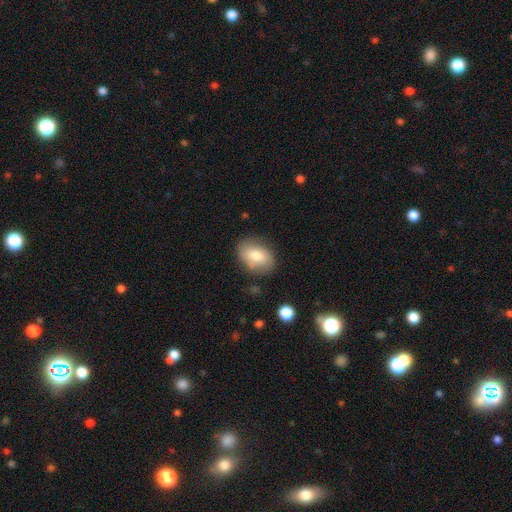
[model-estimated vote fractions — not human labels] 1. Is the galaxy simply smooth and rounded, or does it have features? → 75% smooth, 18% featured or disk, 7% star or artifact.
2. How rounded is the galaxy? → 80% in between, 19% round, 1% cigar-shaped.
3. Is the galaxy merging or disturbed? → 76% none, 17% minor disturbance, 4% major disturbance, 2% merger.